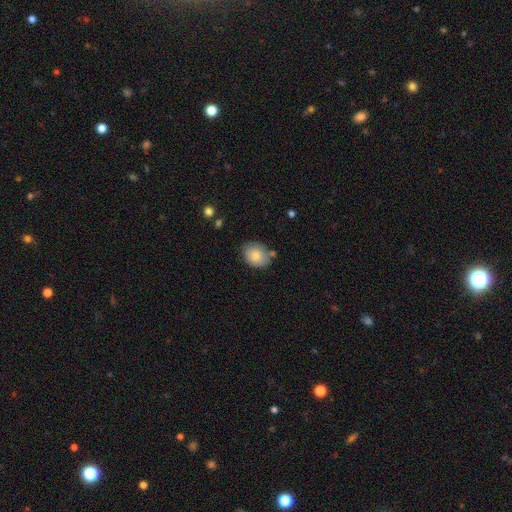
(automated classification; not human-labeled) Smooth or featured? Predicted: smooth (p=0.80). How rounded? Predicted: in between (p=0.52). Merging? Predicted: none (p=0.70).